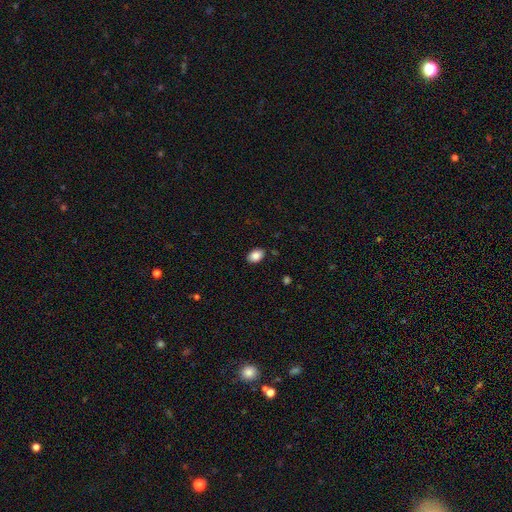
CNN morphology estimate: smooth-or-featured: smooth: 87% | star or artifact: 8% | featured or disk: 5%
  how-rounded: in between: 85% | round: 14% | cigar-shaped: 1%
  merging: none: 87% | minor disturbance: 10% | major disturbance: 2% | merger: 1%